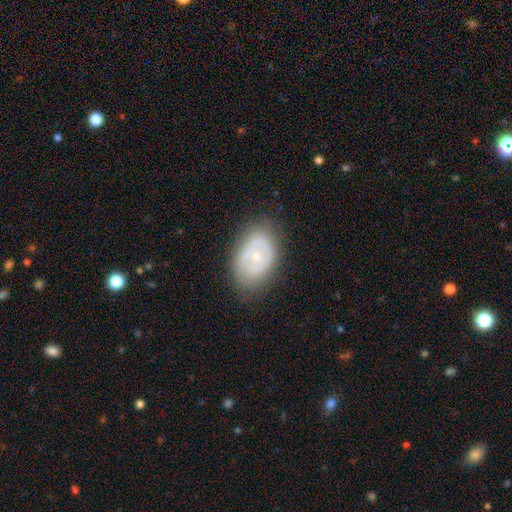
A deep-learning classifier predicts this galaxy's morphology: type=featured or disk (52%); edge-on=no (93%); merging=none (76%).